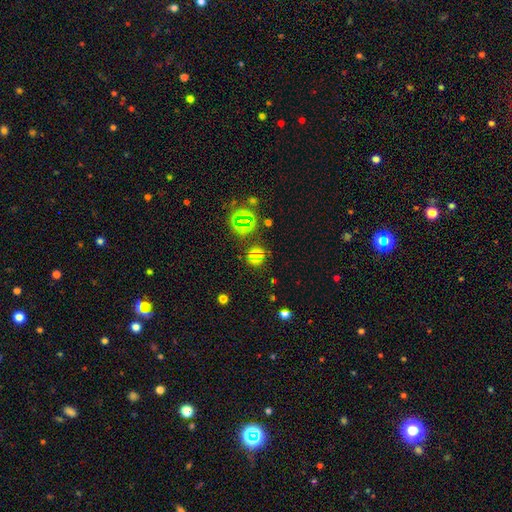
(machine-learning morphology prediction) A smooth galaxy with no disk features (46%).

Vote fractions:
- Smooth or featured? smooth: 46% / star or artifact: 43% / featured or disk: 11%
- Merging? none: 78% / minor disturbance: 12% / major disturbance: 5% / merger: 4%